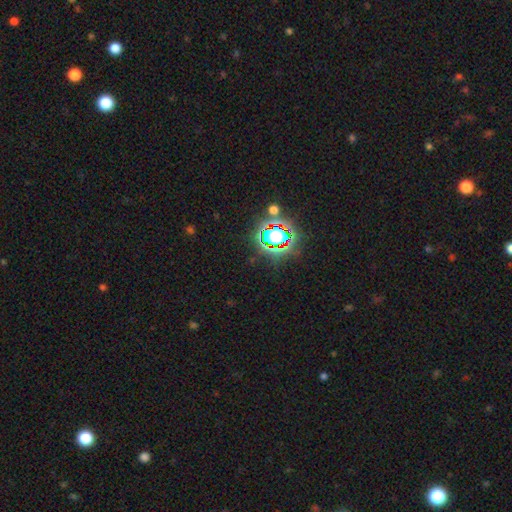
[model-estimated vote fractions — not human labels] Morphology: type=star or artifact (79%).